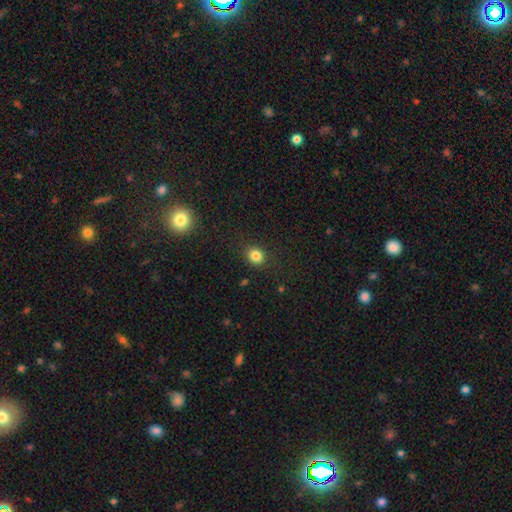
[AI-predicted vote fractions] Morphology: type=smooth (83%); roundness=round (72%); merging=none (86%).